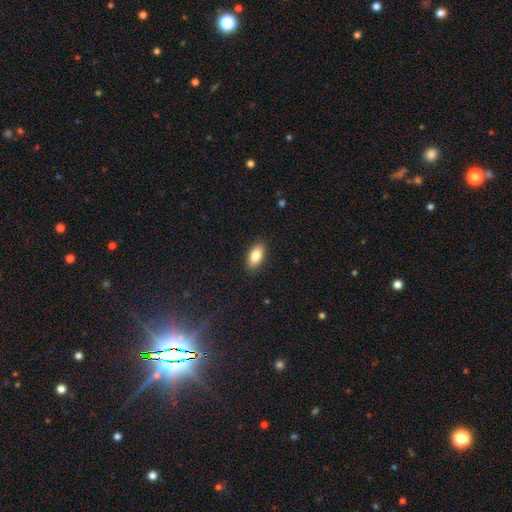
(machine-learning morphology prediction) smooth-or-featured: smooth: 85% | featured or disk: 8% | star or artifact: 7%
  how-rounded: in between: 91% | cigar-shaped: 5% | round: 4%
  merging: none: 89% | minor disturbance: 8% | major disturbance: 2% | merger: 1%